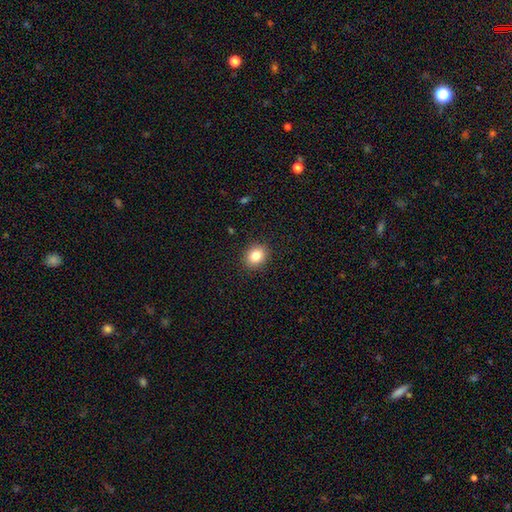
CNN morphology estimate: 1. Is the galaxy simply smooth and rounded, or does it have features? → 84% smooth, 10% star or artifact, 7% featured or disk.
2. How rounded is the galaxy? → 53% round, 46% in between, 1% cigar-shaped.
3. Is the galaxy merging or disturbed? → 90% none, 7% minor disturbance, 2% major disturbance, 1% merger.